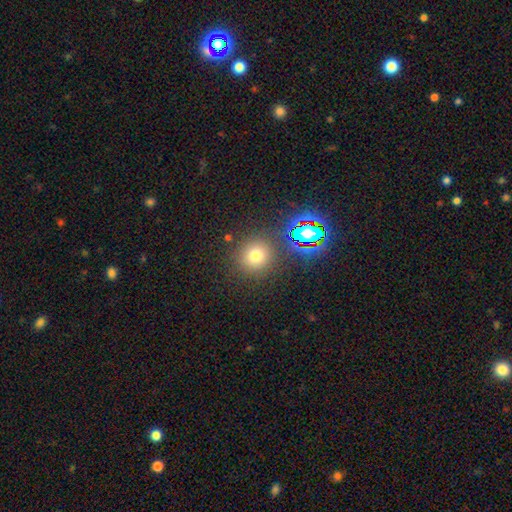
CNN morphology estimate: smooth_or_featured: smooth (p=0.69) [alt: star or artifact p=0.23]
how_rounded: round (p=0.92) [alt: in between p=0.07]
merging: none (p=0.85) [alt: minor disturbance p=0.07]